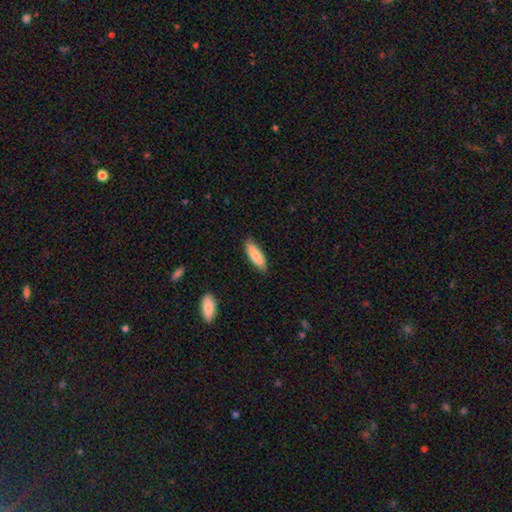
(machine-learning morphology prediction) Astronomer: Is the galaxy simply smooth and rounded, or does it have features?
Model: smooth — 84%.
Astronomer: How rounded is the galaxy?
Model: in between — 53% (runner-up: cigar-shaped, 45%).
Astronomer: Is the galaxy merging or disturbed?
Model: none — 87%.